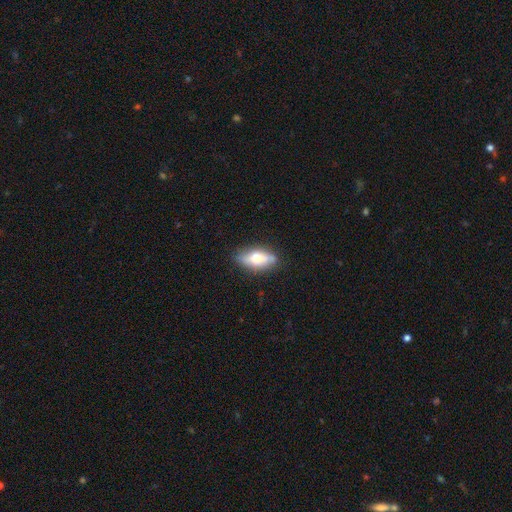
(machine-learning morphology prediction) The model was most divided on "smooth or featured": smooth: 57%, featured or disk: 36%, star or artifact: 7%. More confident: how rounded — in between (78%); merging — none (70%).